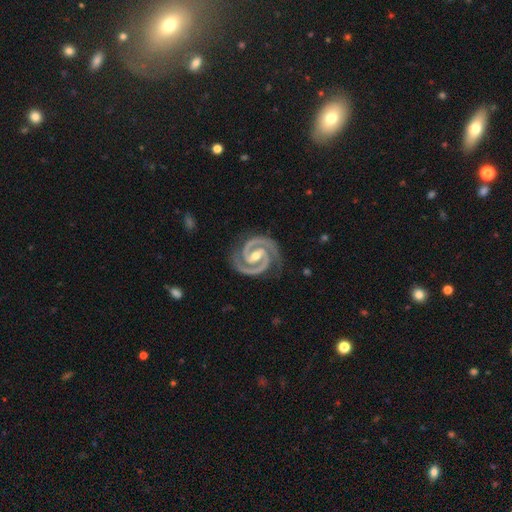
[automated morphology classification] Smooth or featured? featured or disk (95%)
Edge-on disk? no (98%)
Bar? strong (44%)
Spiral arms? yes (99%)
Spiral winding? tight (64%)
Spiral arm count? 2 (95%)
Bulge size? moderate (66%)
Merging? none (84%)